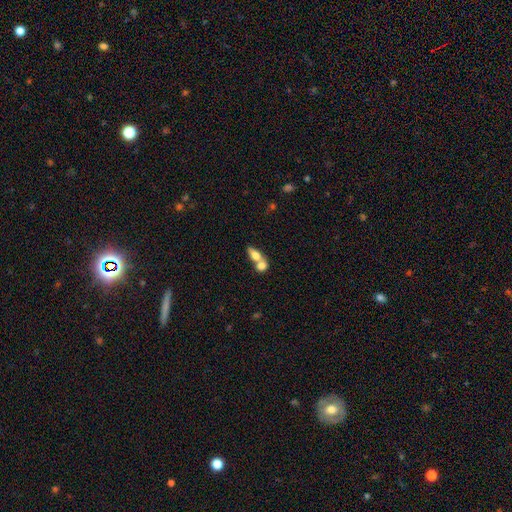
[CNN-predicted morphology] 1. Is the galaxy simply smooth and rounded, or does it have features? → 72% smooth, 21% featured or disk, 7% star or artifact.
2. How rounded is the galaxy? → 72% in between, 17% round, 10% cigar-shaped.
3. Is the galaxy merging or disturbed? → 69% merger, 22% none, 6% minor disturbance, 3% major disturbance.